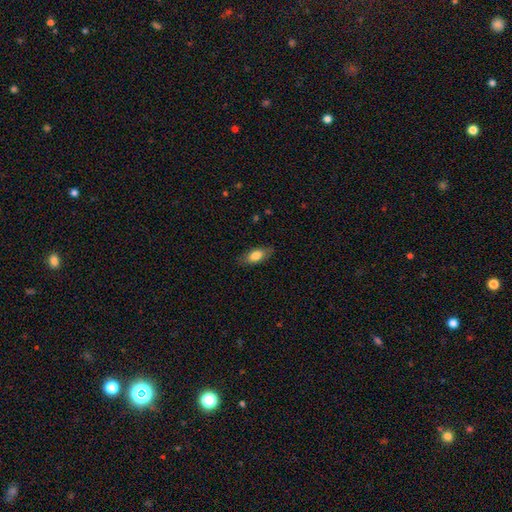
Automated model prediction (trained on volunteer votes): Smooth or featured?
  - smooth: 76% *
  - featured or disk: 18%
  - star or artifact: 7%
How rounded?
  - in between: 82% *
  - cigar-shaped: 14%
  - round: 3%
Merging?
  - none: 82% *
  - minor disturbance: 14%
  - major disturbance: 3%
  - merger: 1%